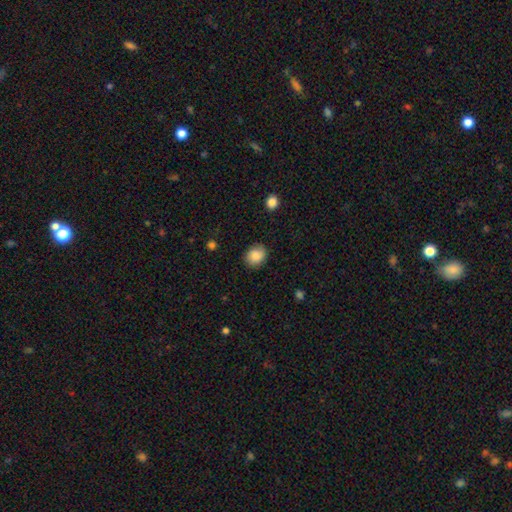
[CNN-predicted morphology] The model was most divided on "how rounded": round: 61%, in between: 38%, cigar-shaped: 1%. More confident: smooth or featured — smooth (87%); merging — none (84%).